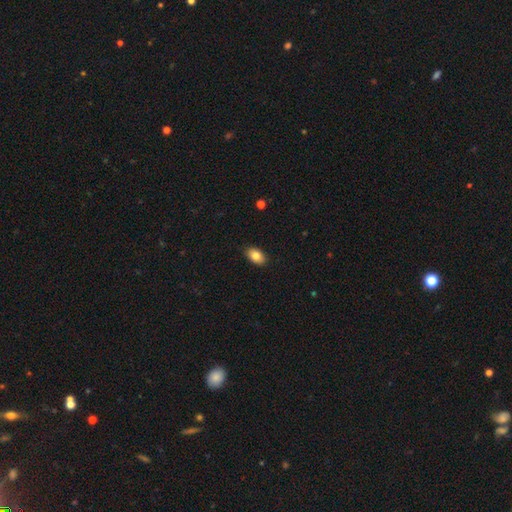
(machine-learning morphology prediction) Smooth or featured? Predicted: smooth (p=0.83). How rounded? Predicted: in between (p=0.91). Merging? Predicted: none (p=0.89).